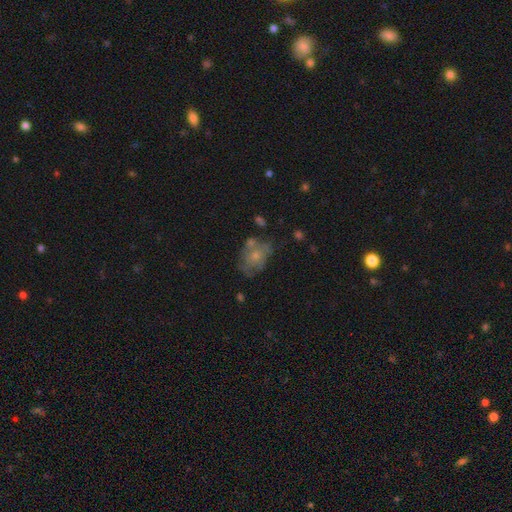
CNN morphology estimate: Smooth or featured? Predicted: smooth (p=0.49). Merging? Predicted: none (p=0.43).